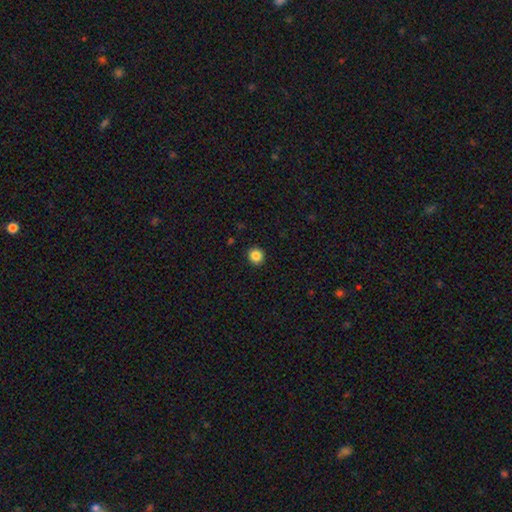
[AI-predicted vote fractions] A smooth galaxy with no disk features (85%) that is round (91%). Merging: none (93%).